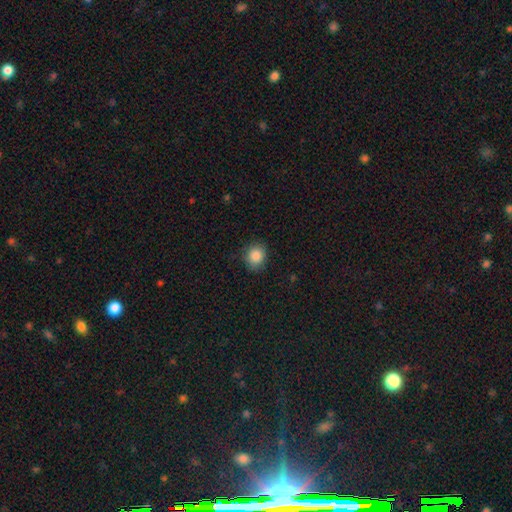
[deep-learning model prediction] This appears to be a smooth galaxy with no disk features (87%) that is round (69%). Merging: none (84%).